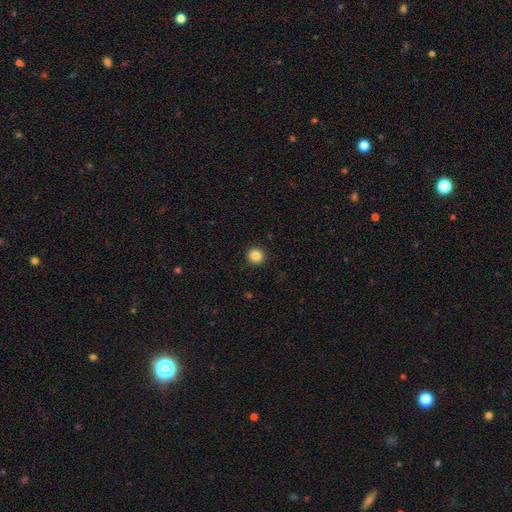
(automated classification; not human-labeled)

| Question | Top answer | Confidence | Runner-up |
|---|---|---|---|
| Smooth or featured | smooth | 87% | star or artifact (10%) |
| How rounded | round | 94% | in between (5%) |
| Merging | none | 93% | minor disturbance (5%) |